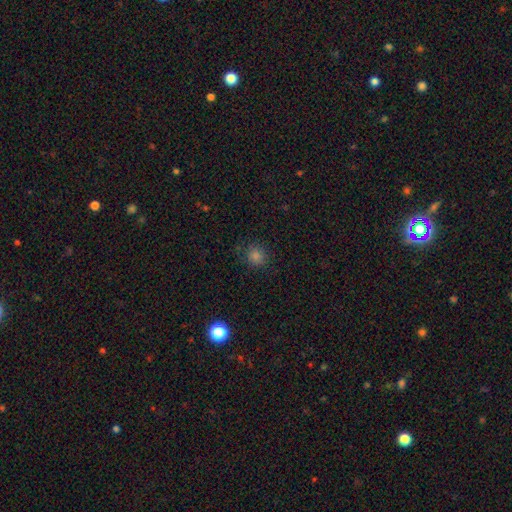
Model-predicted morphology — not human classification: This appears to be a smooth galaxy with no disk features (77%) that is round (88%). Merging: none (85%).